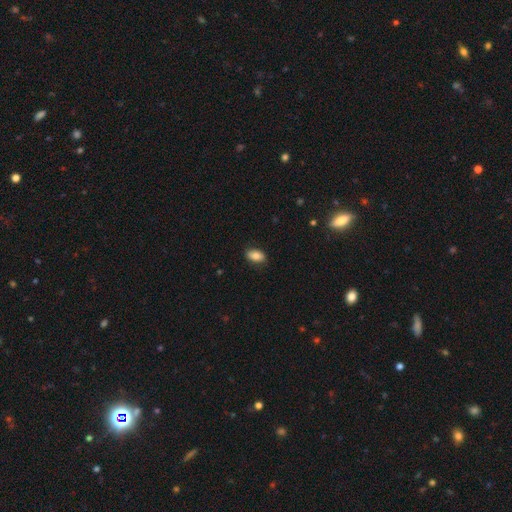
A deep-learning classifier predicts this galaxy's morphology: Smooth or featured? Predicted: smooth (p=0.82). How rounded? Predicted: in between (p=0.91). Merging? Predicted: none (p=0.85).